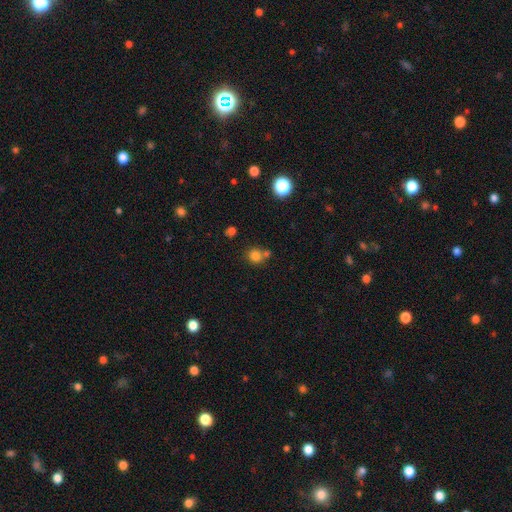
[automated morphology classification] smooth-or-featured: smooth: 79% | star or artifact: 15% | featured or disk: 6%
  how-rounded: round: 87% | in between: 12% | cigar-shaped: 1%
  merging: none: 62% | merger: 25% | minor disturbance: 9% | major disturbance: 3%